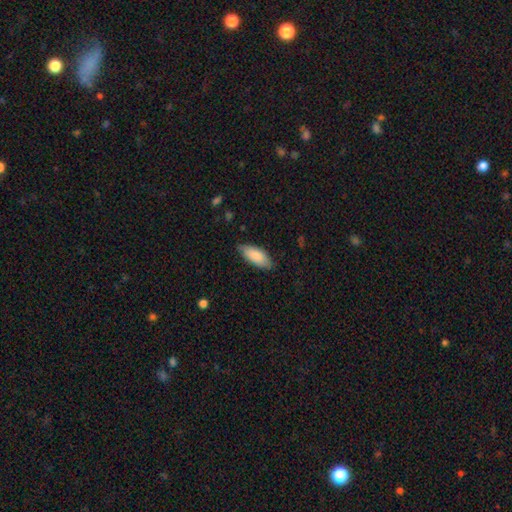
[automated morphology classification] Smooth or featured?
  - smooth: 85% *
  - featured or disk: 9%
  - star or artifact: 6%
How rounded?
  - in between: 83% *
  - cigar-shaped: 15%
  - round: 2%
Merging?
  - none: 77% *
  - minor disturbance: 19%
  - major disturbance: 3%
  - merger: 1%